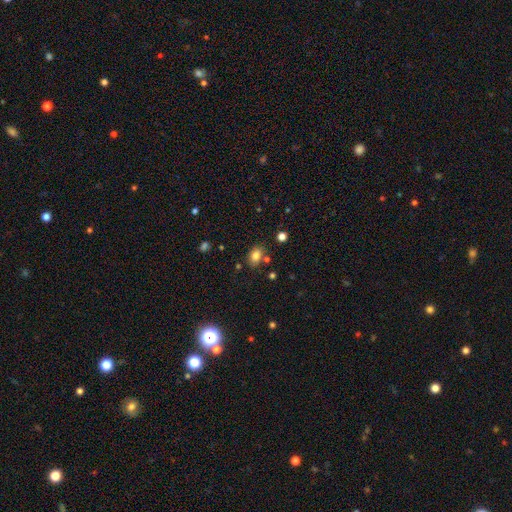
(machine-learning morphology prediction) smooth-or-featured: smooth: 81% | star or artifact: 12% | featured or disk: 7%
  how-rounded: in between: 74% | round: 25% | cigar-shaped: 1%
  merging: none: 74% | minor disturbance: 14% | merger: 8% | major disturbance: 4%